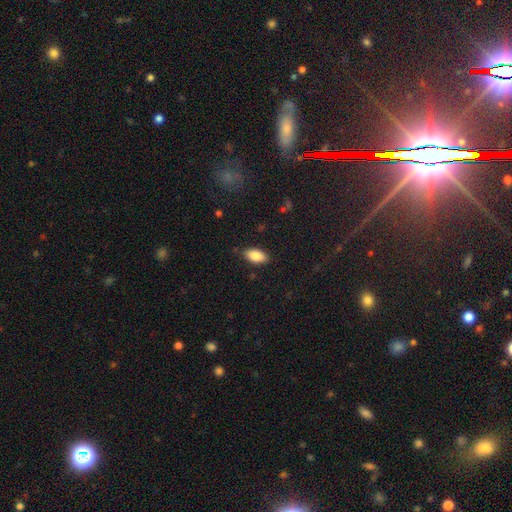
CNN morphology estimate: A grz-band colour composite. It shows a smooth galaxy with no disk features (87%) that is in between round and cigar-shaped (93%). Merging: none (85%).